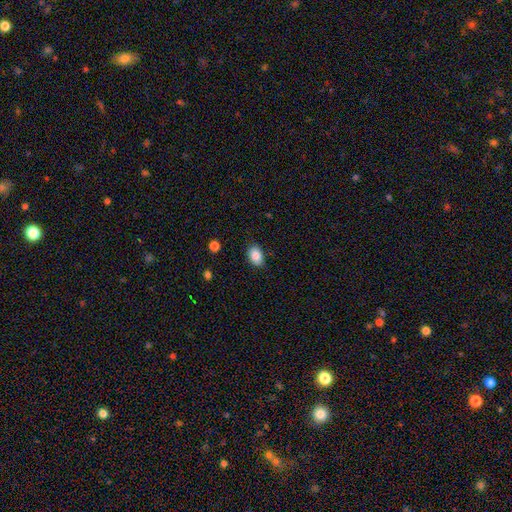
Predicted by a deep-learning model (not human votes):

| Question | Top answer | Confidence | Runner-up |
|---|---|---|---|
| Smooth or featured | smooth | 87% | star or artifact (8%) |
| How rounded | in between | 84% | round (15%) |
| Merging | none | 85% | minor disturbance (11%) |